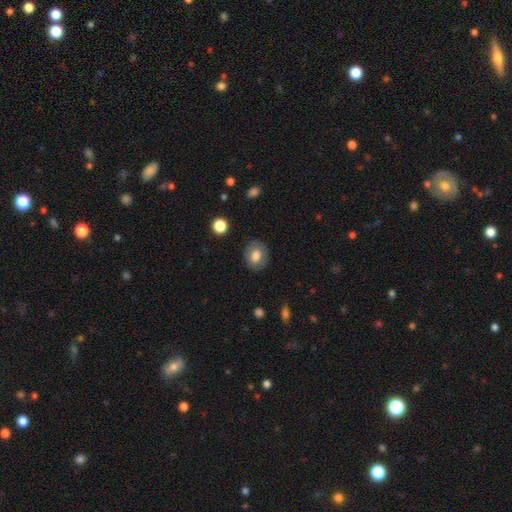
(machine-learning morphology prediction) Q: Smooth or featured?
A: smooth (72%); runner-up: featured or disk (20%)
Q: How rounded?
A: in between (50%); runner-up: round (49%)
Q: Merging?
A: none (83%); runner-up: minor disturbance (12%)